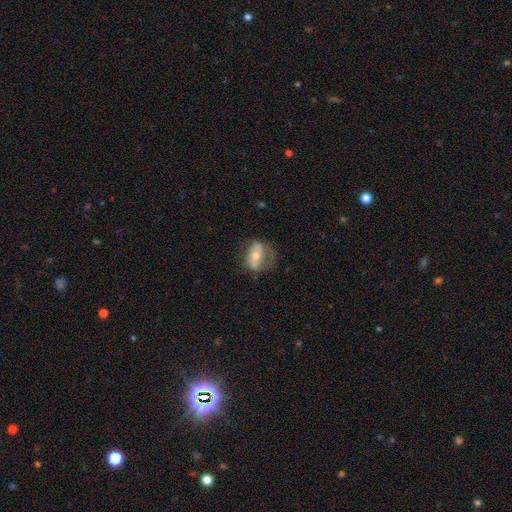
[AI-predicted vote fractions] featured or disk 54%, smooth 39%, star or artifact 7%. Down the decision tree: edge-on disk — no (88%); merging — none (56%).